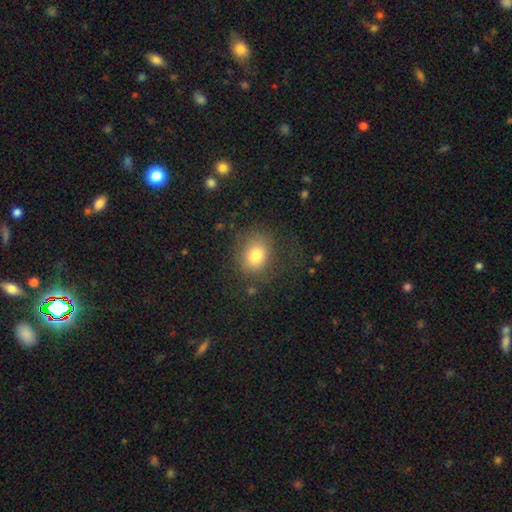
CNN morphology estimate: Smooth or featured? smooth (79%)
How rounded? round (60%)
Merging? none (73%)